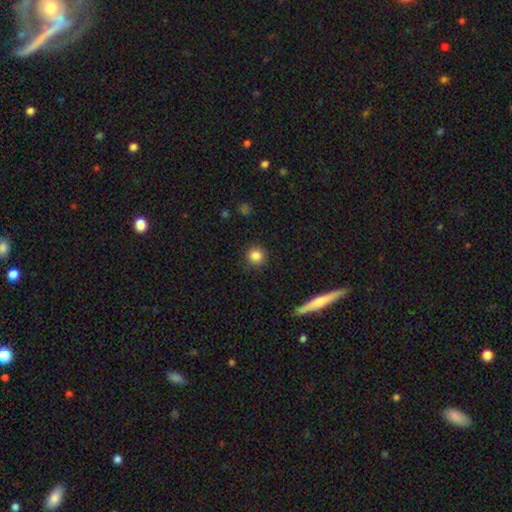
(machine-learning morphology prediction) smooth-or-featured: smooth: 85% | star or artifact: 10% | featured or disk: 5%
  how-rounded: round: 94% | in between: 5% | cigar-shaped: 1%
  merging: none: 89% | minor disturbance: 7% | major disturbance: 2% | merger: 1%